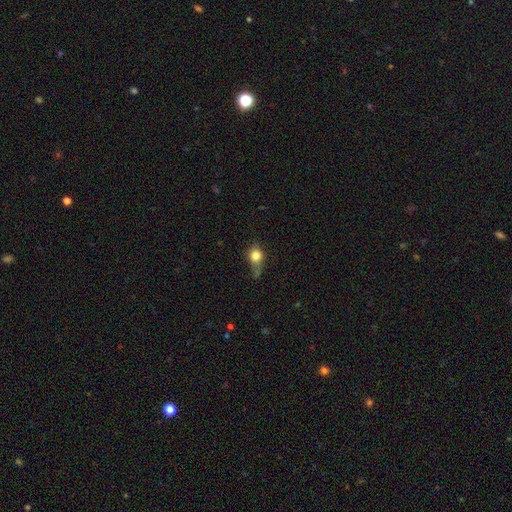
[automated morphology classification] Smooth or featured? Predicted: smooth (p=0.78). How rounded? Predicted: round (p=0.62). Merging? Predicted: none (p=0.39).